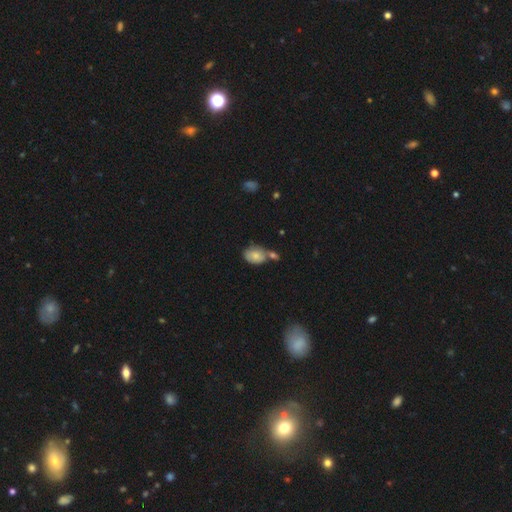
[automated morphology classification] Smooth or featured?
  - smooth: 72% *
  - featured or disk: 20%
  - star or artifact: 8%
How rounded?
  - in between: 74% *
  - round: 24%
  - cigar-shaped: 1%
Merging?
  - none: 37% * (tied)
  - merger: 37% * (tied)
  - minor disturbance: 20%
  - major disturbance: 7%